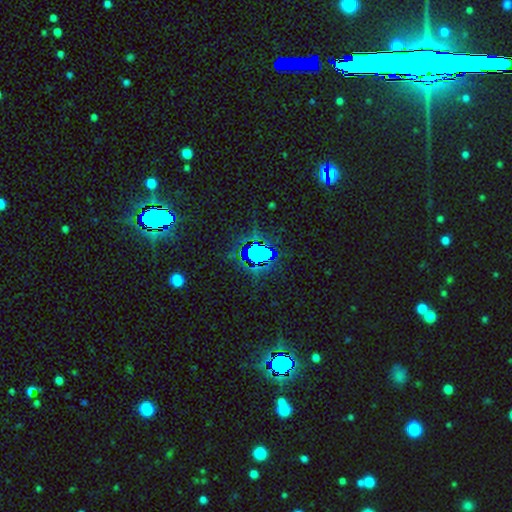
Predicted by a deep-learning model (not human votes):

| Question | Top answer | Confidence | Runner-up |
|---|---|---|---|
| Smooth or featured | star or artifact | 68% | smooth (19%) |